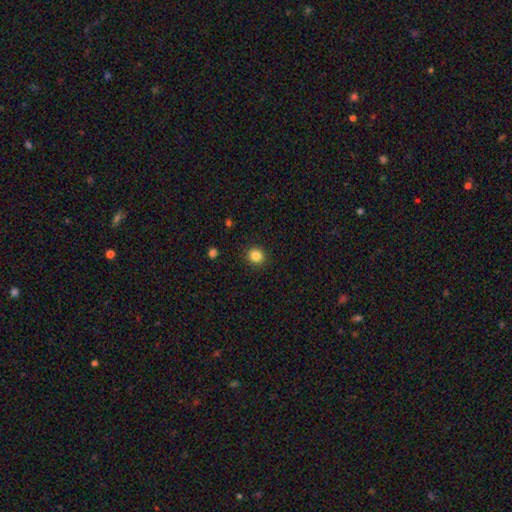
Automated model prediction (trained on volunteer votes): smooth-or-featured: smooth: 85% | star or artifact: 11% | featured or disk: 4%
  how-rounded: round: 85% | in between: 14% | cigar-shaped: 1%
  merging: none: 91% | minor disturbance: 6% | major disturbance: 2% | merger: 1%